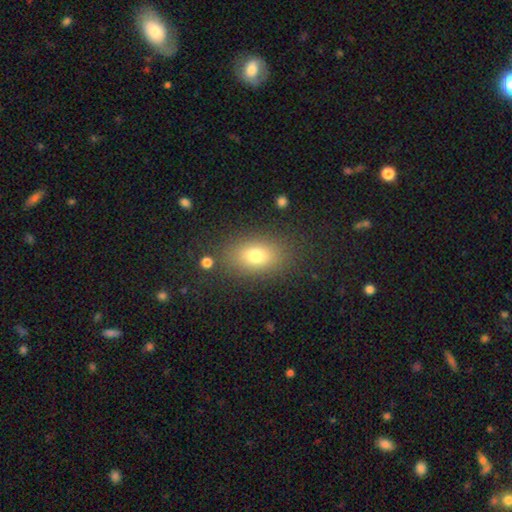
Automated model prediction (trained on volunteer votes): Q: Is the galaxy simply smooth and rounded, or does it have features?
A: smooth — 77%.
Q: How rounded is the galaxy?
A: in between — 84%.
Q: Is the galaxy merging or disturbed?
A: none — 84%.